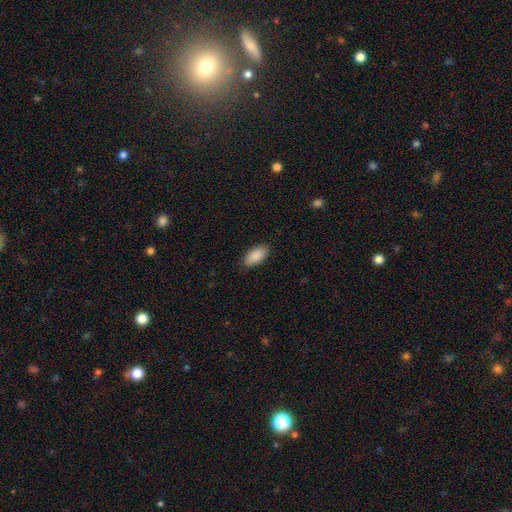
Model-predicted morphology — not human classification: Smooth or featured? Predicted: smooth (p=0.90). How rounded? Predicted: in between (p=0.94). Merging? Predicted: none (p=0.87).